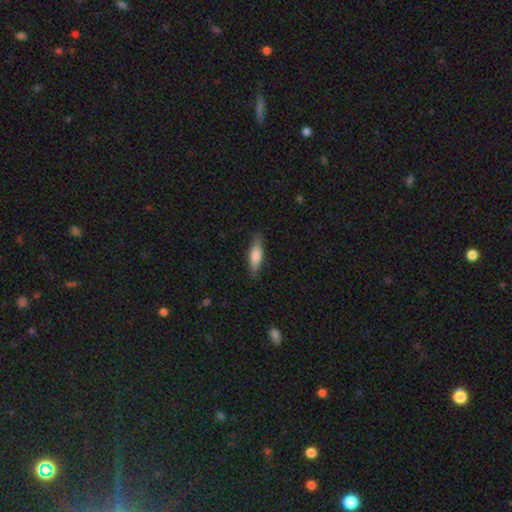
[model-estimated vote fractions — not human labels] Overall: smooth (75%). How rounded: in between (49%, tied with cigar-shaped). Merging: none (81%).